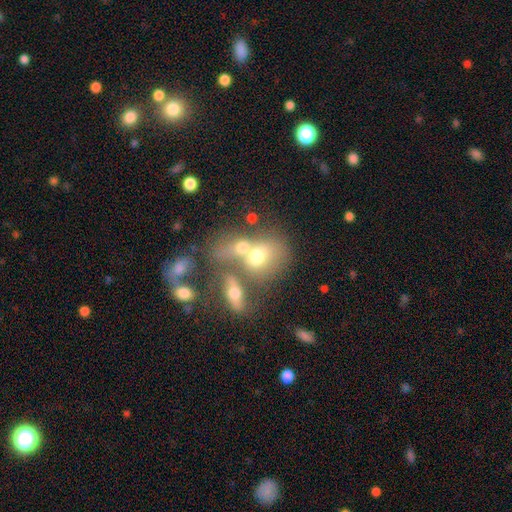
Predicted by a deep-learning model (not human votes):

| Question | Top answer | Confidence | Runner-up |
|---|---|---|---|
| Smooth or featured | smooth | 58% | featured or disk (28%) |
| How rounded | in between | 62% | round (35%) |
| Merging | merger | 61% | none (23%) |